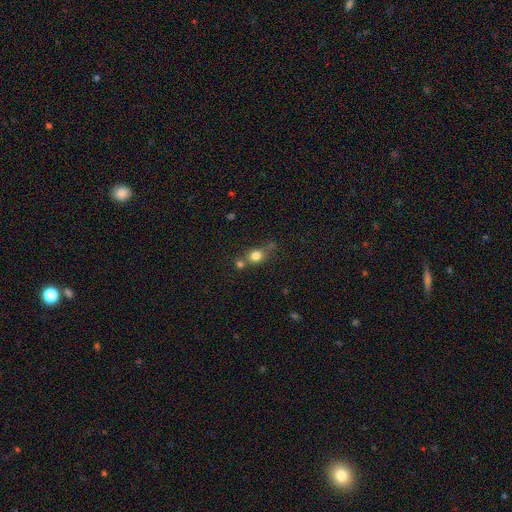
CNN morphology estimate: Smooth or featured?
  - smooth: 78% *
  - star or artifact: 12%
  - featured or disk: 10%
How rounded?
  - round: 72% *
  - in between: 26%
  - cigar-shaped: 2%
Merging?
  - none: 51% *
  - merger: 28%
  - minor disturbance: 14%
  - major disturbance: 6%